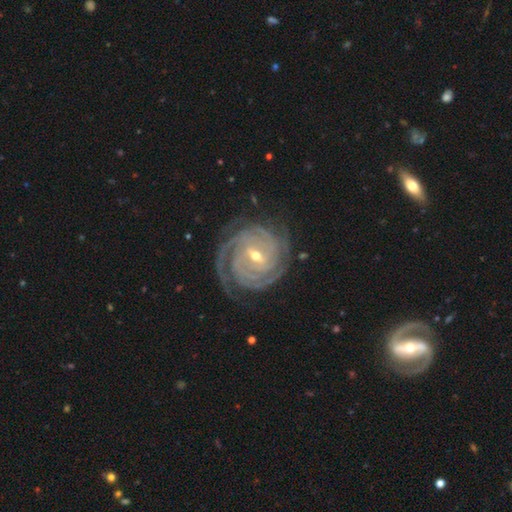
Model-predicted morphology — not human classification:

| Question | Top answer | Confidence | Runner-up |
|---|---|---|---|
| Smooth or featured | featured or disk | 92% | star or artifact (5%) |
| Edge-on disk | no | 97% | yes (3%) |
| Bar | weak | 46% | strong (35%) |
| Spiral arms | yes | 99% | no (1%) |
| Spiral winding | tight | 85% | medium (13%) |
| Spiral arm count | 4 | 27% | 3 (25%) |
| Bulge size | small | 53% | moderate (44%) |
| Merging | none | 81% | minor disturbance (13%) |